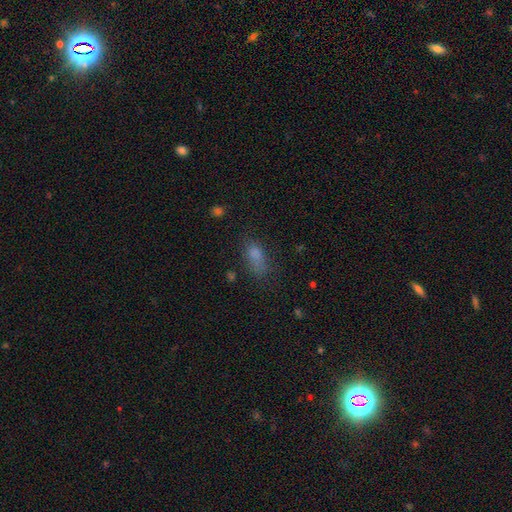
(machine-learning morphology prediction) smooth-or-featured: smooth: 75% | star or artifact: 15% | featured or disk: 11%
  how-rounded: in between: 81% | cigar-shaped: 10% | round: 9%
  merging: none: 48% | minor disturbance: 27% | major disturbance: 19% | merger: 6%